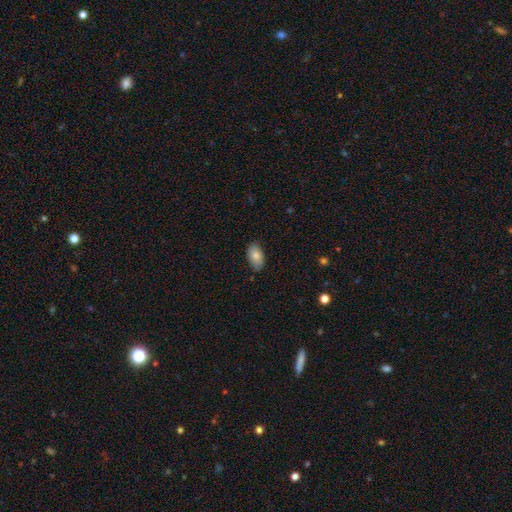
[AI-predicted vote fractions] smooth-or-featured: smooth: 82% | featured or disk: 11% | star or artifact: 7%
  how-rounded: in between: 93% | round: 5% | cigar-shaped: 2%
  merging: none: 78% | minor disturbance: 18% | major disturbance: 3% | merger: 1%